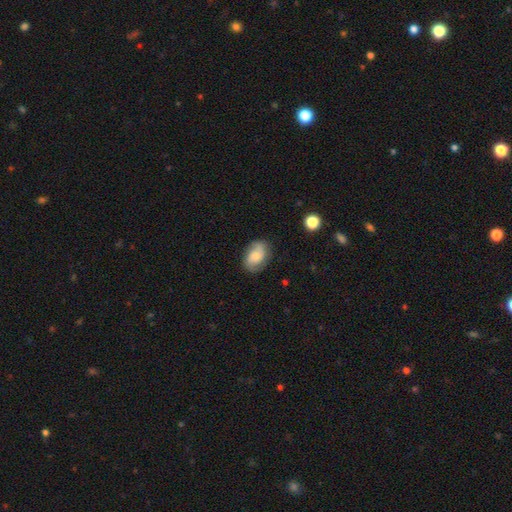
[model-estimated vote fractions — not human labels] smooth_or_featured: featured or disk (p=0.52) [alt: smooth p=0.40]
disk_edge_on: no (p=0.97) [alt: yes p=0.03]
bar: no (p=0.63) [alt: weak p=0.31]
has_spiral_arms: yes (p=0.90) [alt: no p=0.10]
bulge_size: small (p=0.37) [alt: moderate p=0.35]
merging: none (p=0.76) [alt: minor disturbance p=0.17]